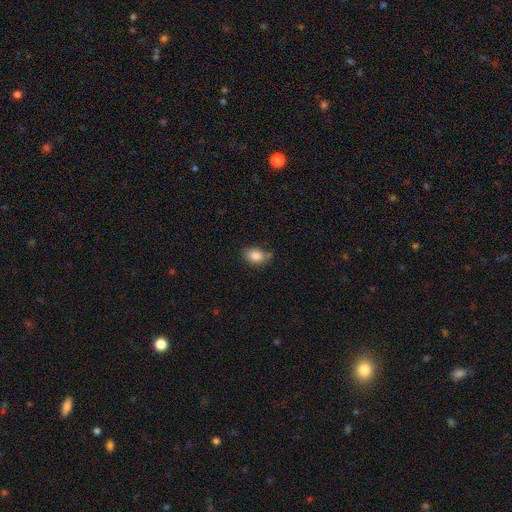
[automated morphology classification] This is clearly a smooth galaxy (86%). How rounded: likely in between (77%). Merging: likely none (69%).